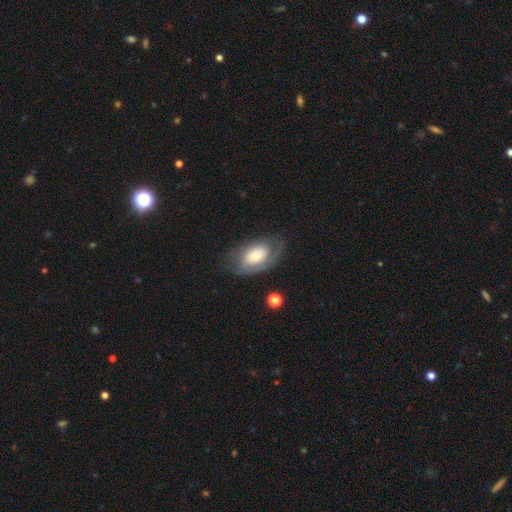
A featured or disk galaxy (66%) with no bar (75%), tight (47%) spiral arms (79%) and a moderate central bulge (58%).

Vote fractions:
- Smooth or featured? featured or disk: 66% / smooth: 32% / star or artifact: 3%
- Edge-on disk? no: 96% / yes: 4%
- Bar? no: 75% / weak: 21% / strong: 4%
- Spiral arms? yes: 79% / no: 21%
- Spiral winding? tight: 47% / medium: 42% / loose: 11%
- Spiral arm count? can't tell: 47% / 2: 32% / 1: 21% / 3: 0% / 4: 0% / more than 4: 0%
- Bulge size? moderate: 58% / small: 29% / large: 12% / dominant: 0% / none: 0%
- Merging? none: 68% / minor disturbance: 22% / major disturbance: 11% / merger: 0%